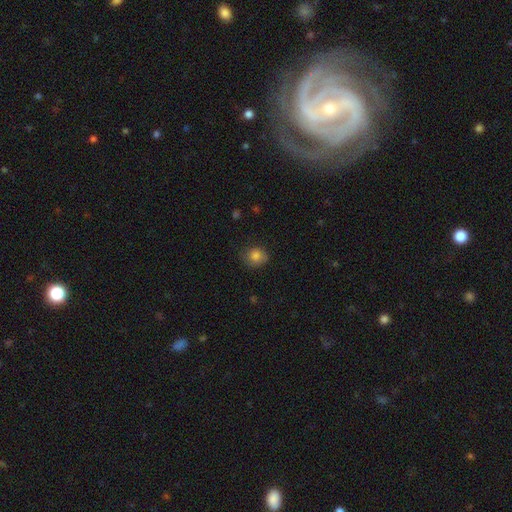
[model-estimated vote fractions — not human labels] This is clearly a smooth galaxy (83%). How rounded: likely round (75%). Merging: likely none (77%).